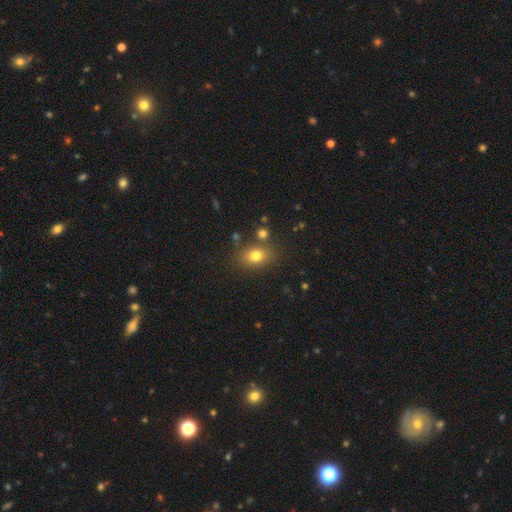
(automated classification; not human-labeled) This appears to be a smooth galaxy with no disk features (78%) that is in between round and cigar-shaped (69%). Merging: none (76%).